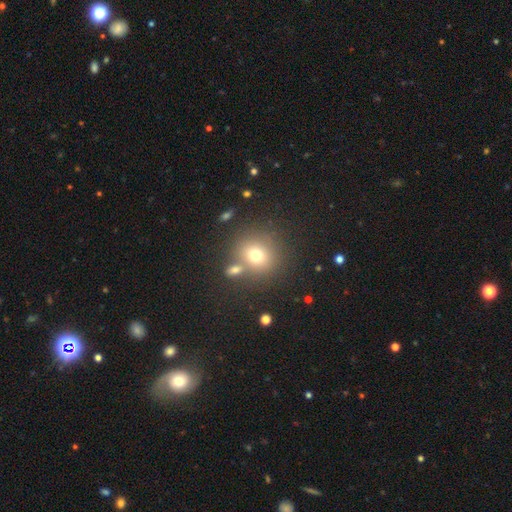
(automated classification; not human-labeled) Morphology: type=smooth (72%); roundness=round (86%); merging=none (69%).